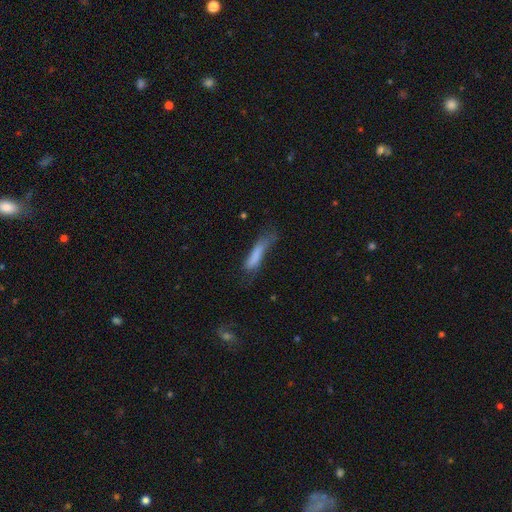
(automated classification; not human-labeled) Smooth or featured? smooth (75%)
How rounded? cigar-shaped (81%)
Merging? none (37%)